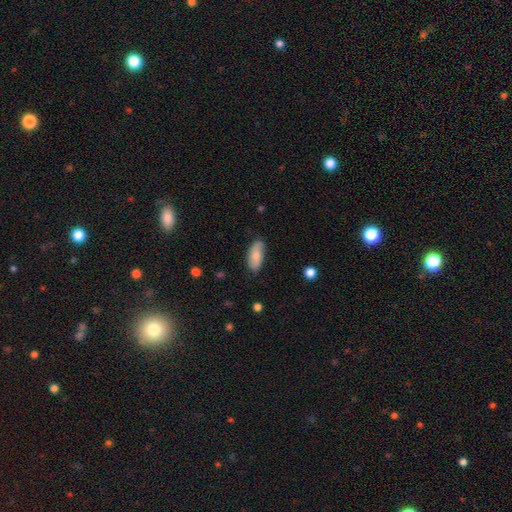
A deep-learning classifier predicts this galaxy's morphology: Smooth or featured?
  - smooth: 74% *
  - featured or disk: 20%
  - star or artifact: 6%
How rounded?
  - in between: 83% *
  - cigar-shaped: 14%
  - round: 2%
Merging?
  - none: 78% *
  - minor disturbance: 18%
  - major disturbance: 3%
  - merger: 2%